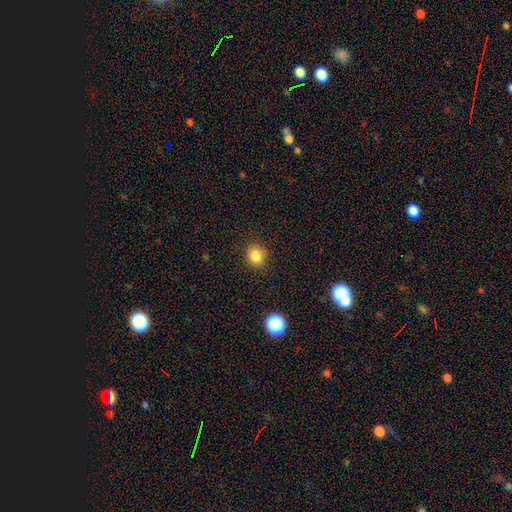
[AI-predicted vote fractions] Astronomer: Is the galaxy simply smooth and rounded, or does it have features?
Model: smooth — 83%.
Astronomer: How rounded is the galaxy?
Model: round — 56% (runner-up: in between, 43%).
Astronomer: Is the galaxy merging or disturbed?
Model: none — 88%.